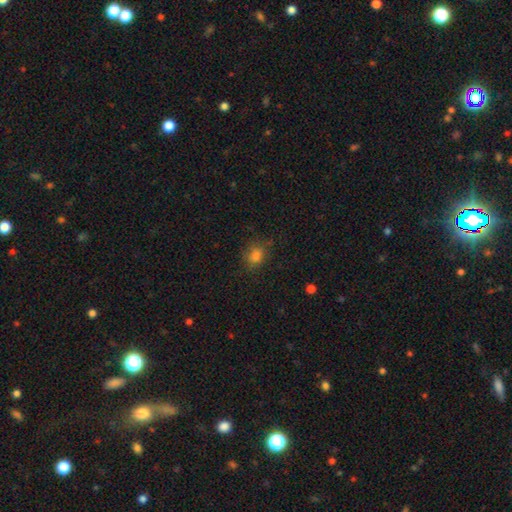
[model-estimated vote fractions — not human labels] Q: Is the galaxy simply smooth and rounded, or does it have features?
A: smooth — 79%.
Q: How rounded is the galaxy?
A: round — 57%.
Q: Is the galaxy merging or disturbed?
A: none — 78%.